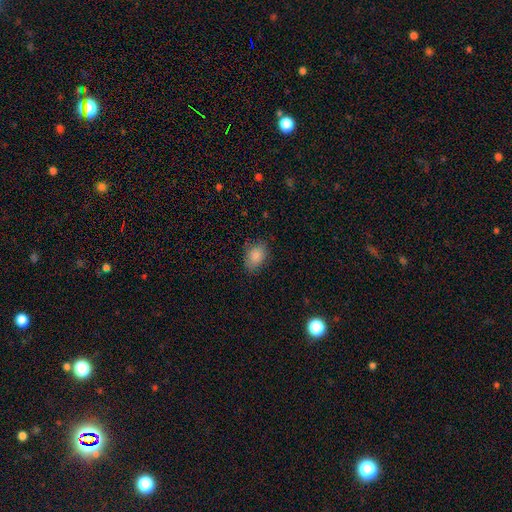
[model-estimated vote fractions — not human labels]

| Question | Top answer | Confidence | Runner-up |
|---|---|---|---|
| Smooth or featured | smooth | 85% | star or artifact (8%) |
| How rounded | in between | 80% | round (18%) |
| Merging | none | 78% | minor disturbance (17%) |